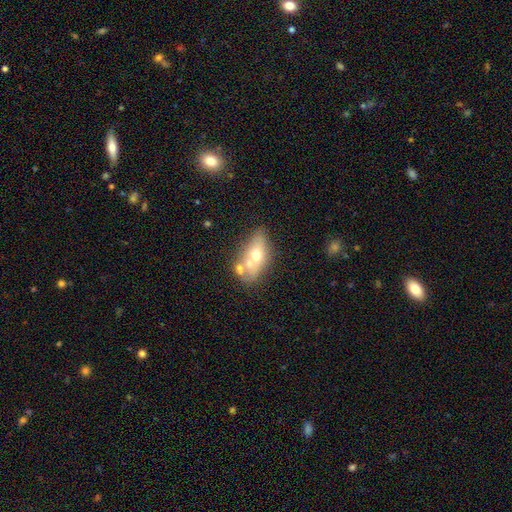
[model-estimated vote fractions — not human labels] Q: Smooth or featured?
A: smooth (53%); runner-up: featured or disk (39%)
Q: How rounded?
A: in between (82%); runner-up: cigar-shaped (10%)
Q: Merging?
A: none (42%); runner-up: merger (33%)